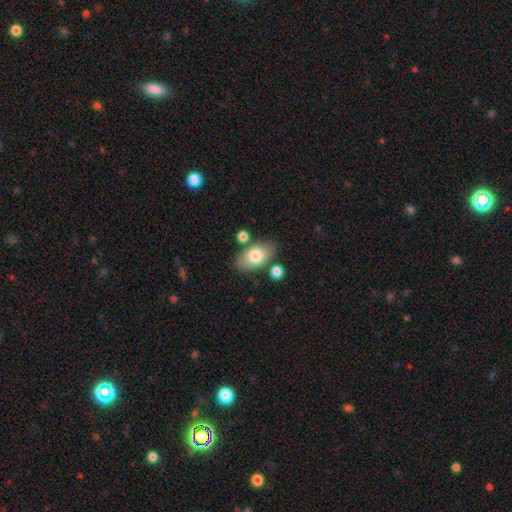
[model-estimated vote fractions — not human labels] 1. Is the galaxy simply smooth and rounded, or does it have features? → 75% smooth, 18% featured or disk, 7% star or artifact.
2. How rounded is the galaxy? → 91% in between, 7% round, 2% cigar-shaped.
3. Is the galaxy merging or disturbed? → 75% none, 14% minor disturbance, 8% merger, 4% major disturbance.